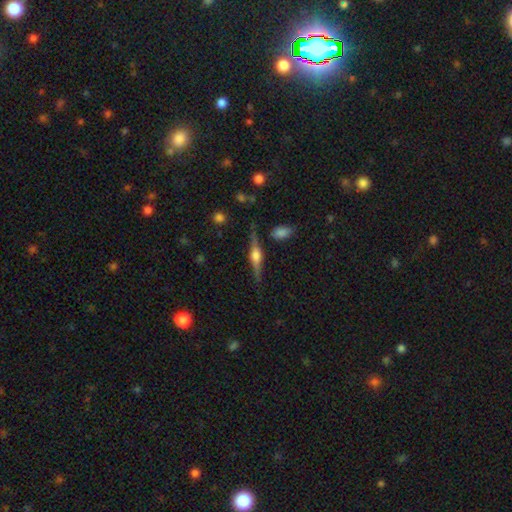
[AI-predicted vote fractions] A featured or disk galaxy (79%) viewed edge-on (98%) with a rounded central bulge (91%). Merging: none (85%).